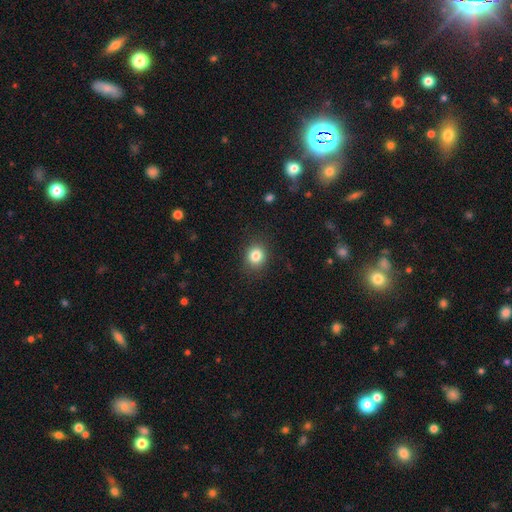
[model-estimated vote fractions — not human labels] smooth 83%, star or artifact 11%, featured or disk 6%. Down the decision tree: how rounded — round (76%); merging — none (88%).